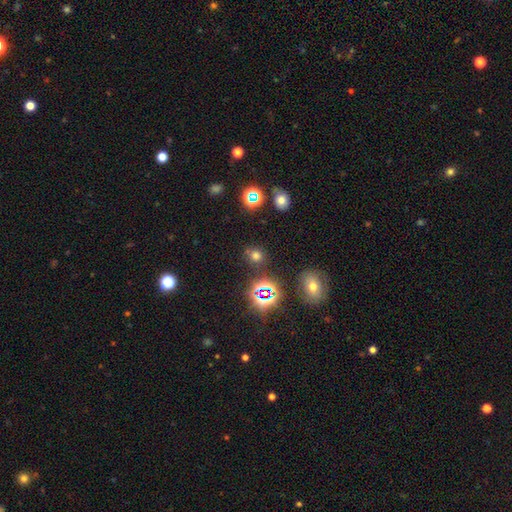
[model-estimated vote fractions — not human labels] A smooth galaxy with no disk features (59%) that is round (80%).

Vote fractions:
- Smooth or featured? smooth: 59% / star or artifact: 34% / featured or disk: 7%
- How rounded? round: 80% / in between: 18% / cigar-shaped: 1%
- Merging? none: 79% / minor disturbance: 10% / merger: 7% / major disturbance: 4%